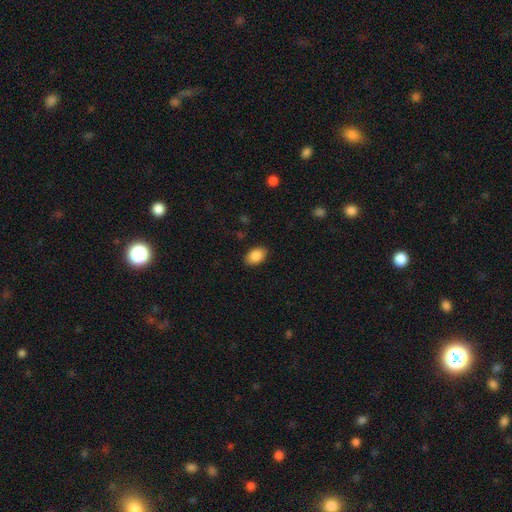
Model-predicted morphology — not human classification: The model was most divided on "merging": none: 88%, minor disturbance: 9%, major disturbance: 2%, merger: 1%. More confident: how rounded — in between (89%); smooth or featured — smooth (87%).